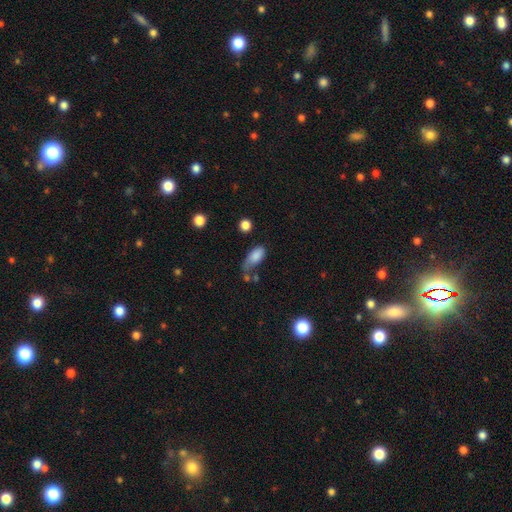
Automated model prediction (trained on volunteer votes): The model was most divided on "merging": none: 35%, minor disturbance: 34%, major disturbance: 20%, merger: 11%. More confident: how rounded — in between (87%); smooth or featured — smooth (82%).